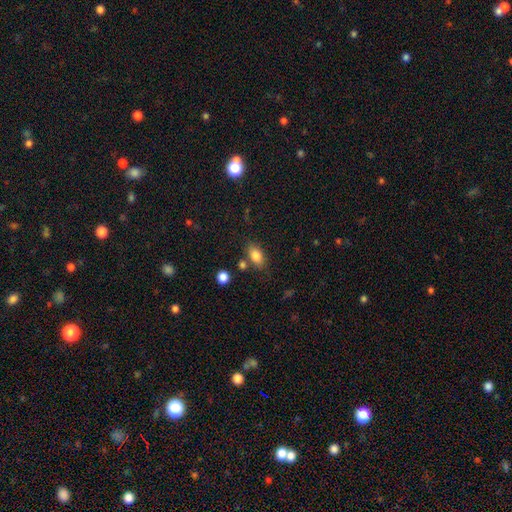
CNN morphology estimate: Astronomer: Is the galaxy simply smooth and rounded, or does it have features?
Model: smooth — 83%.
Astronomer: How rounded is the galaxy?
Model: in between — 85%.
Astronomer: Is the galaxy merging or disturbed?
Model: none — 74%.